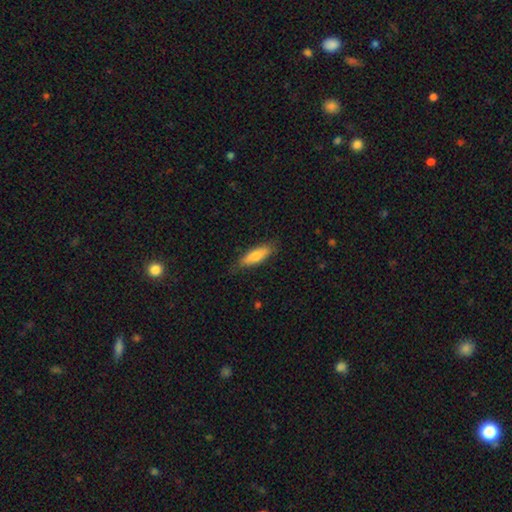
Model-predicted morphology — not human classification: smooth 73%, featured or disk 21%, star or artifact 6%. Down the decision tree: how rounded — cigar-shaped (52%); merging — none (81%).